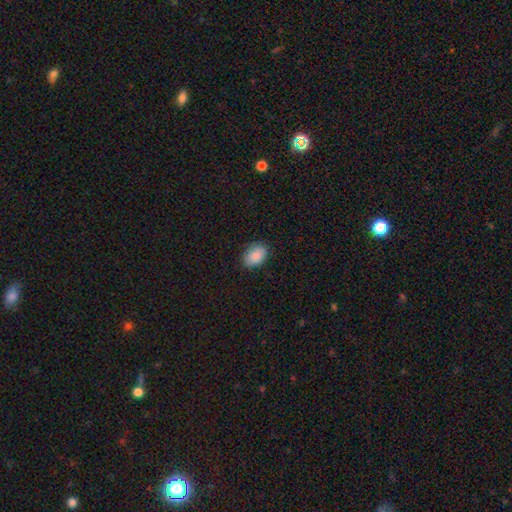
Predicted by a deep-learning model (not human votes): Q: Smooth or featured?
A: smooth (88%); runner-up: star or artifact (7%)
Q: How rounded?
A: in between (83%); runner-up: round (16%)
Q: Merging?
A: none (83%); runner-up: minor disturbance (13%)